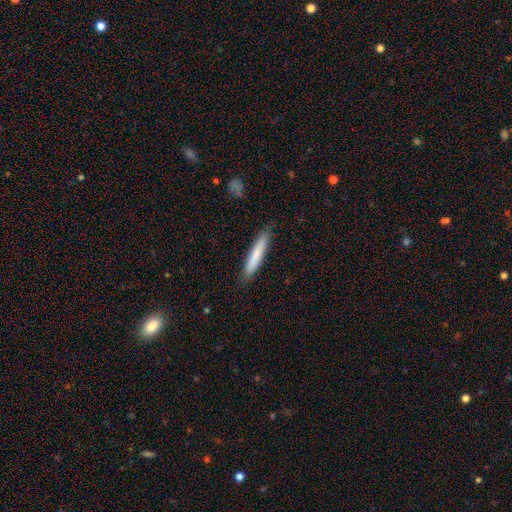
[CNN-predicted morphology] This appears to be a smooth galaxy with no disk features (77%) that is cigar-shaped (93%). Merging: none (88%).